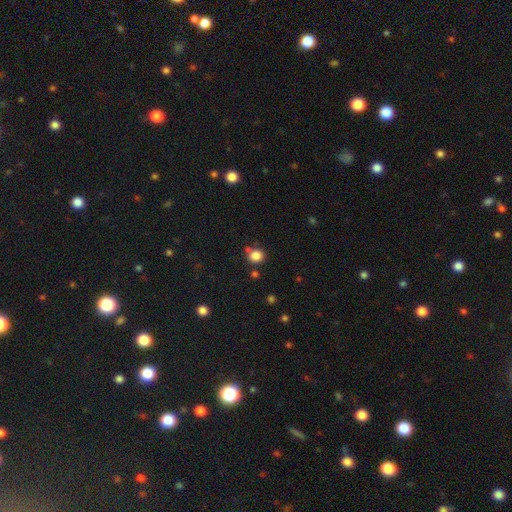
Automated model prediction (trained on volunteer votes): Smooth or featured? Predicted: smooth (p=0.84). How rounded? Predicted: round (p=0.83). Merging? Predicted: none (p=0.76).